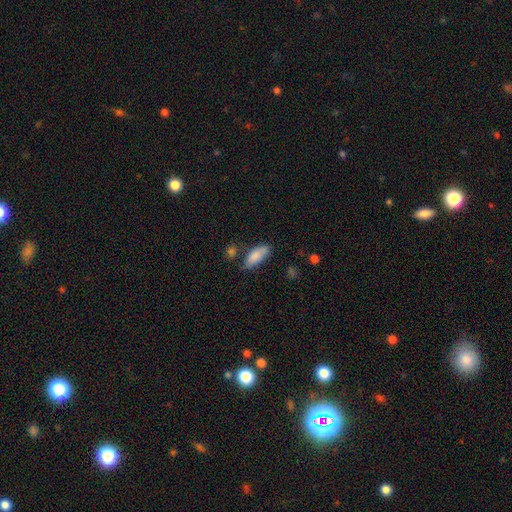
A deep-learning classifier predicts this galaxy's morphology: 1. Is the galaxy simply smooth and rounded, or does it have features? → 84% smooth, 9% featured or disk, 6% star or artifact.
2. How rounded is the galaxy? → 76% in between, 22% cigar-shaped, 2% round.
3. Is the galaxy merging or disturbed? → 62% none, 25% minor disturbance, 7% merger, 6% major disturbance.